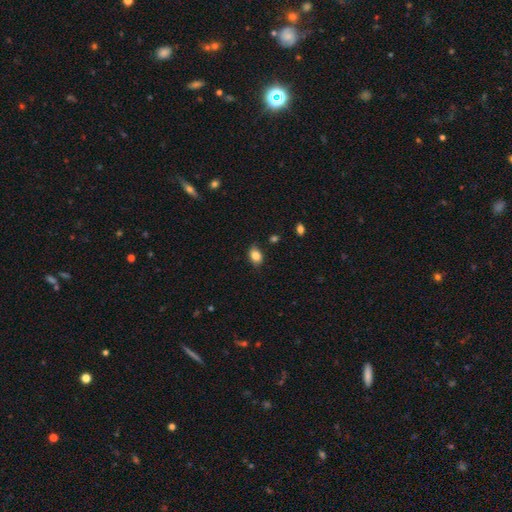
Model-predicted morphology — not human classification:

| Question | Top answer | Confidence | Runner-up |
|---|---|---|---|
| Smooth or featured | smooth | 83% | star or artifact (9%) |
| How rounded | in between | 77% | round (21%) |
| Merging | none | 80% | minor disturbance (15%) |